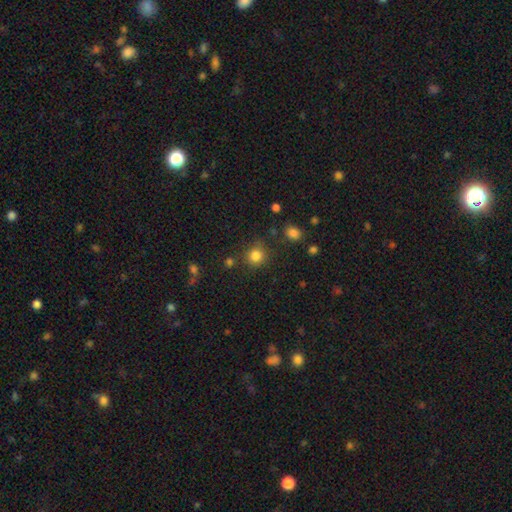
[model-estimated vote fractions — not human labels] Overall: smooth (83%). How rounded: round (90%). Merging: none (81%).